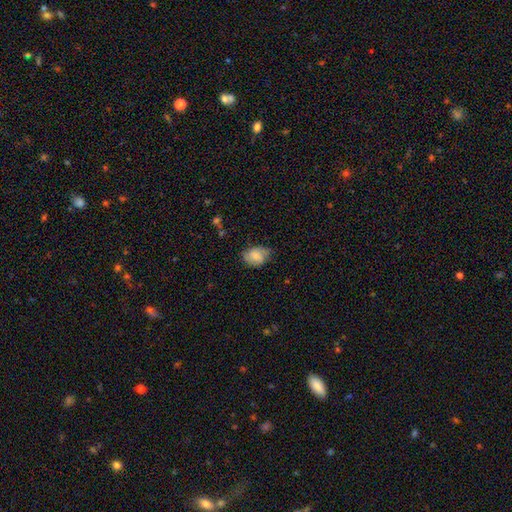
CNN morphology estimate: Smooth or featured?
  - smooth: 66% *
  - featured or disk: 27%
  - star or artifact: 8%
How rounded?
  - in between: 72% *
  - round: 27%
  - cigar-shaped: 1%
Merging?
  - none: 56% *
  - minor disturbance: 34%
  - major disturbance: 8%
  - merger: 1%